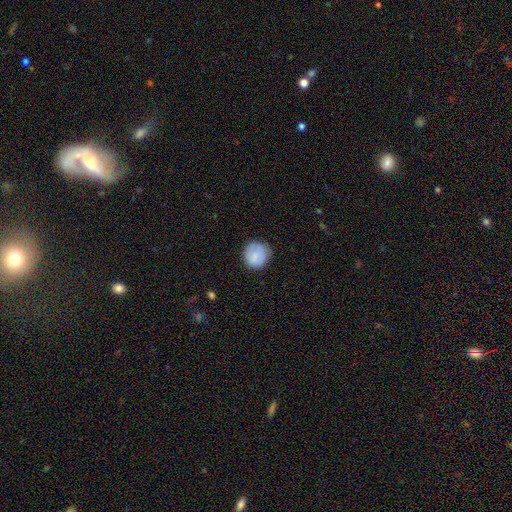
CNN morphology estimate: Overall: smooth (80%). How rounded: round (91%). Merging: none (79%).